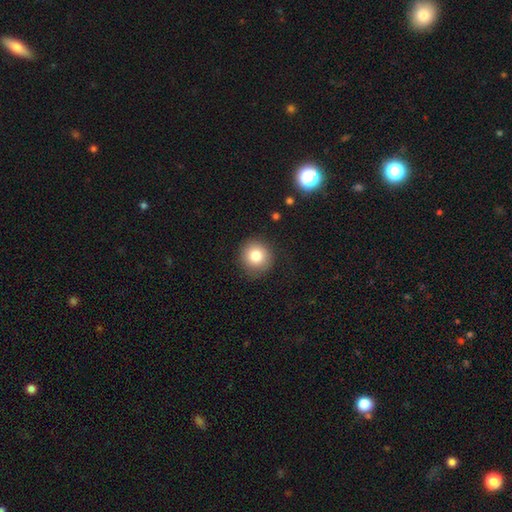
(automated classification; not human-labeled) Morphology: type=smooth (81%); roundness=round (92%); merging=none (86%).